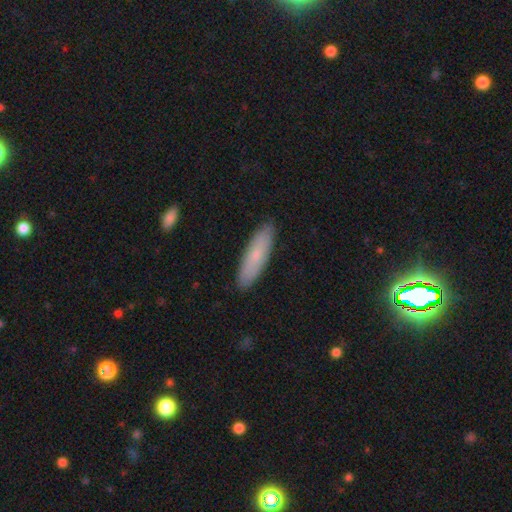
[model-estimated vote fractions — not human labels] smooth_or_featured: smooth (p=0.73) [alt: featured or disk p=0.20]
how_rounded: cigar-shaped (p=0.66) [alt: in between p=0.32]
merging: none (p=0.90) [alt: minor disturbance p=0.08]